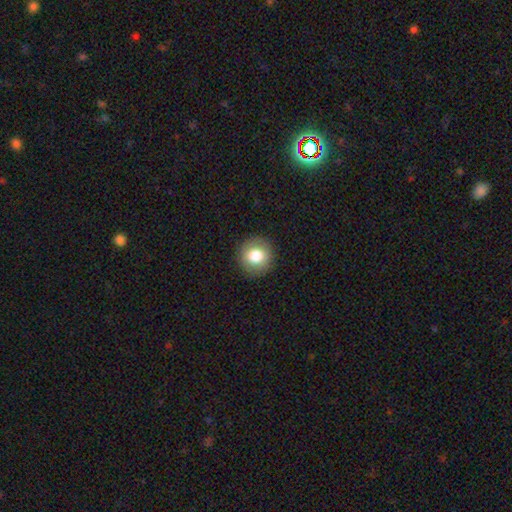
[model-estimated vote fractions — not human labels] A smooth galaxy with no disk features (80%) that is round (92%). Merging: none (91%).